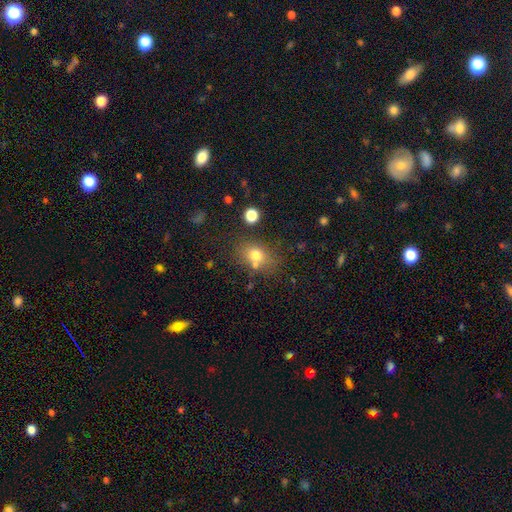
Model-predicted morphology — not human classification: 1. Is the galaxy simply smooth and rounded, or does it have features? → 74% smooth, 14% featured or disk, 13% star or artifact.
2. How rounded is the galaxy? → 55% in between, 43% round, 1% cigar-shaped.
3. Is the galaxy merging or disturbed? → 61% none, 17% minor disturbance, 16% merger, 7% major disturbance.